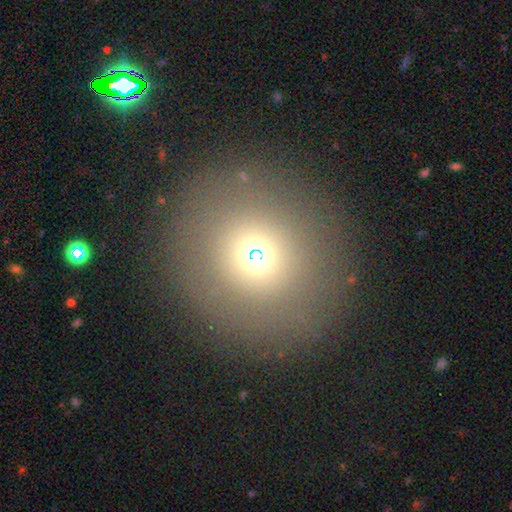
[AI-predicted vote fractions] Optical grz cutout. It shows a smooth galaxy with no disk features (64%) that is round (88%). Merging: none (86%).